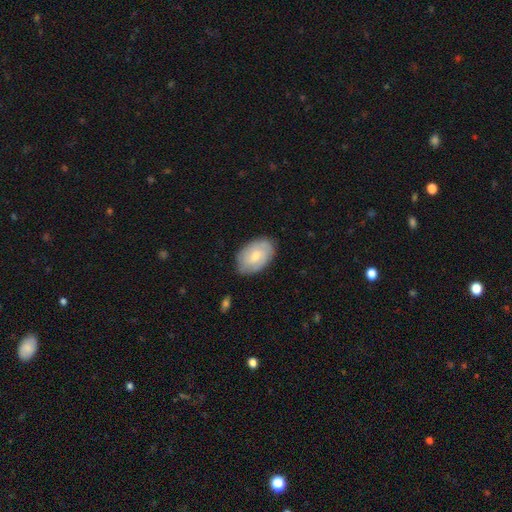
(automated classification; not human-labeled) Morphology: type=smooth (54%); roundness=in between (90%); merging=none (80%).